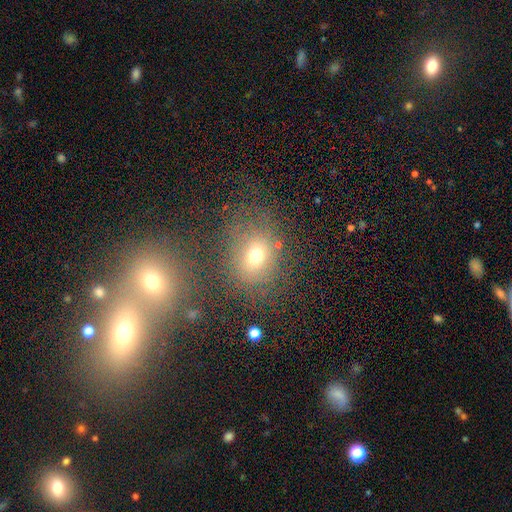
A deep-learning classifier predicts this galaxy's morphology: Smooth or featured: smooth — 61% (star or artifact — 21%)
How rounded: round — 68% (in between — 30%)
Merging: none — 65% (minor disturbance — 14%)